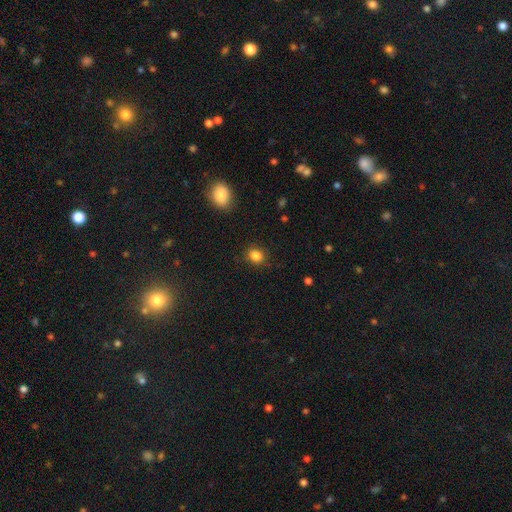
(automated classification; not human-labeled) The model was most divided on "how rounded": round: 66%, in between: 33%, cigar-shaped: 1%. More confident: merging — none (86%); smooth or featured — smooth (85%).